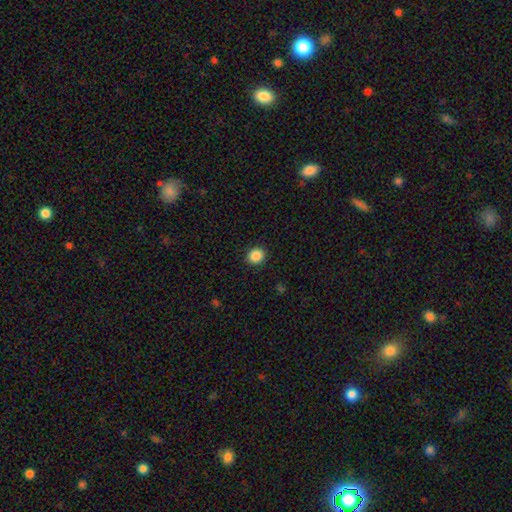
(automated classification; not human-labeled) A smooth galaxy with no disk features (86%) that is round (80%).

Vote fractions:
- Smooth or featured? smooth: 86% / star or artifact: 10% / featured or disk: 4%
- How rounded? round: 80% / in between: 19% / cigar-shaped: 1%
- Merging? none: 91% / minor disturbance: 6% / major disturbance: 2% / merger: 1%